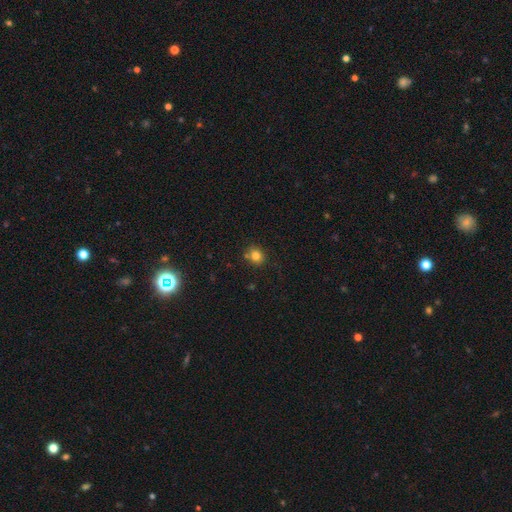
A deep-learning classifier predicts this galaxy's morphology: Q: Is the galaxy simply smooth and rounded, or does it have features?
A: smooth — 80%.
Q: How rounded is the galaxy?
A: round — 78%.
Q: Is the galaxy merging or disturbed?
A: none — 77%.